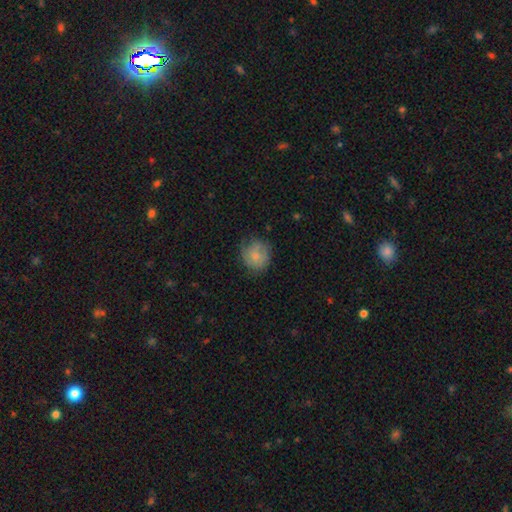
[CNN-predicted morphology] smooth 71%, featured or disk 21%, star or artifact 7%. Down the decision tree: how rounded — round (87%); merging — none (68%).